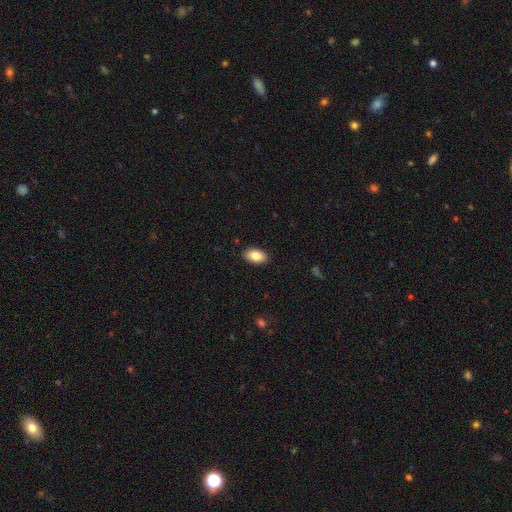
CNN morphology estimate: Q: Smooth or featured?
A: smooth (85%); runner-up: featured or disk (8%)
Q: How rounded?
A: in between (93%); runner-up: round (6%)
Q: Merging?
A: none (89%); runner-up: minor disturbance (8%)